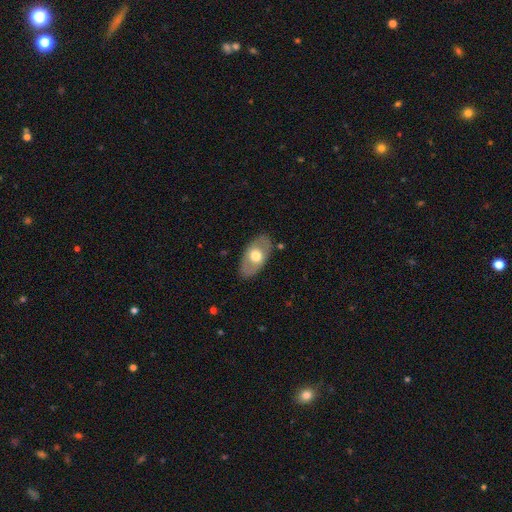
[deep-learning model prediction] Q: Smooth or featured?
A: smooth (51%); runner-up: featured or disk (43%)
Q: How rounded?
A: in between (91%); runner-up: round (7%)
Q: Merging?
A: none (83%); runner-up: minor disturbance (12%)